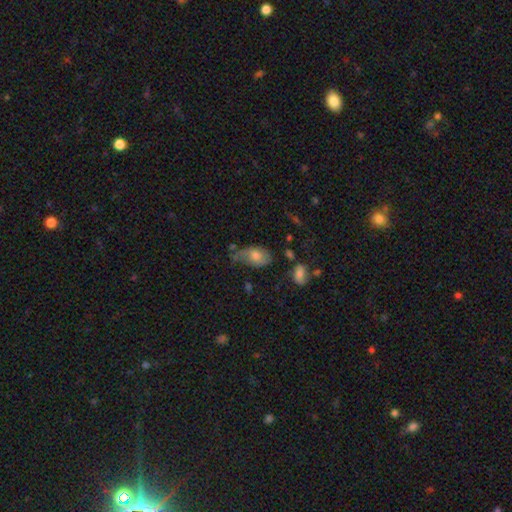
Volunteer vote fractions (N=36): smooth-or-featured: smooth: 58% | featured or disk: 39% | star or artifact: 3%
  how-rounded: in between: 86% | round: 10% | cigar-shaped: 5%
  merging: none: 37% | minor disturbance: 34% | major disturbance: 17% | merger: 11%